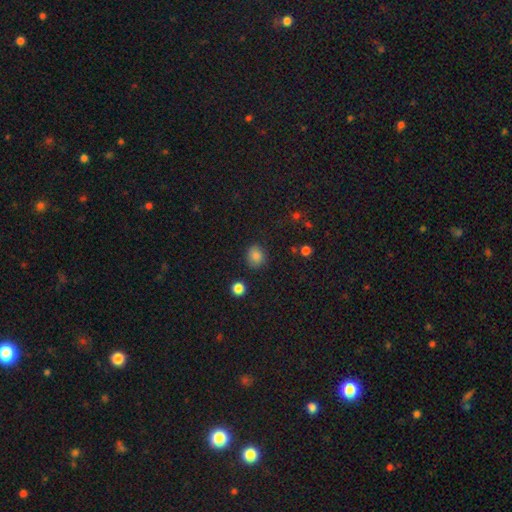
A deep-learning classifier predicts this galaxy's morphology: A smooth galaxy with no disk features (84%) that is round (73%).

Vote fractions:
- Smooth or featured? smooth: 84% / star or artifact: 11% / featured or disk: 5%
- How rounded? round: 73% / in between: 26% / cigar-shaped: 1%
- Merging? none: 84% / minor disturbance: 11% / major disturbance: 3% / merger: 2%